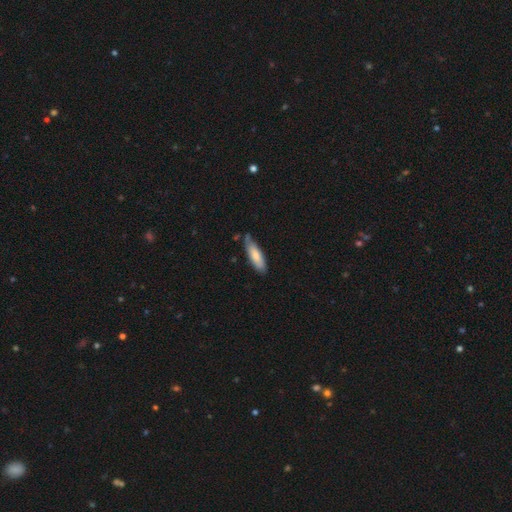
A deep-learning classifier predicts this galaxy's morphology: This is likely a smooth galaxy (76%). How rounded: possibly cigar-shaped (53%). Merging: likely none (67%).